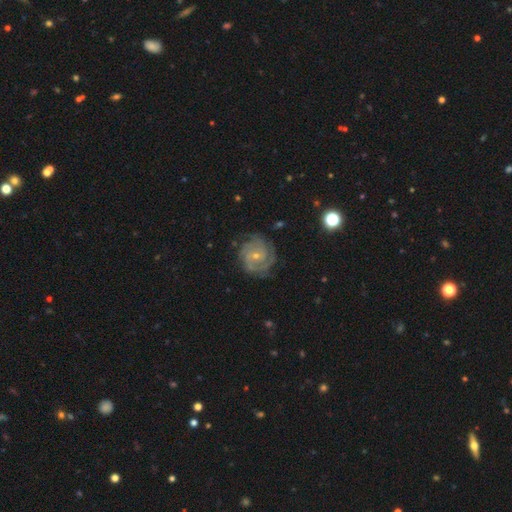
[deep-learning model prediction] The model was most divided on "spiral arm count": 3: 31%, 2: 27%, can't tell: 18%, 4: 12%, more than 4: 6%, 1: 6%. More confident: edge-on disk — no (98%); spiral arms — yes (98%); smooth or featured — featured or disk (89%); merging — none (76%); spiral winding — tight (72%); bulge size — small (70%); bar — no (60%).